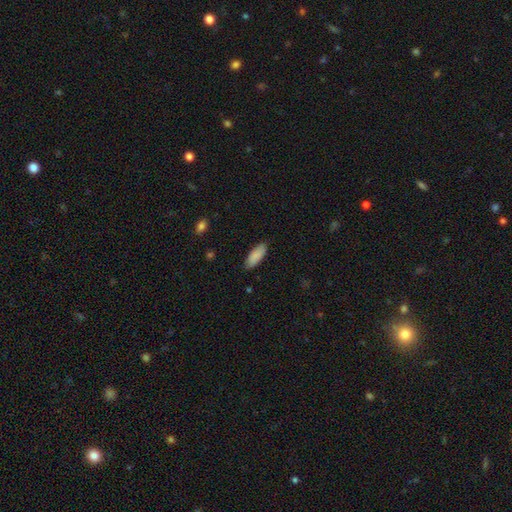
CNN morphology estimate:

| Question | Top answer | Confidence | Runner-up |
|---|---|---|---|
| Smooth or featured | smooth | 89% | star or artifact (6%) |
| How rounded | in between | 74% | cigar-shaped (25%) |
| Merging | none | 84% | minor disturbance (13%) |